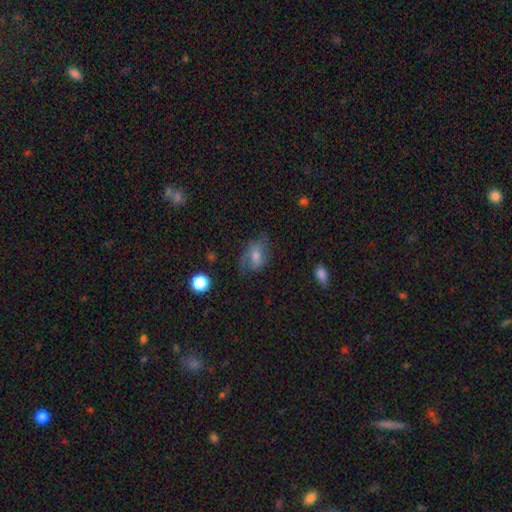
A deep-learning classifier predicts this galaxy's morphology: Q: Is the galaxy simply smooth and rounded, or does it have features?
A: smooth — 54%.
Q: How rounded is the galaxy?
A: in between — 81%.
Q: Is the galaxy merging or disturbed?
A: none — 52%.